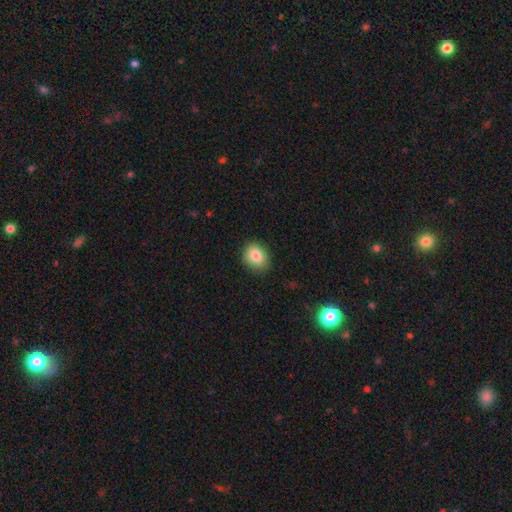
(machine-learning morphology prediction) Overall: smooth (83%). How rounded: in between (50%; round 49%). Merging: none (87%).